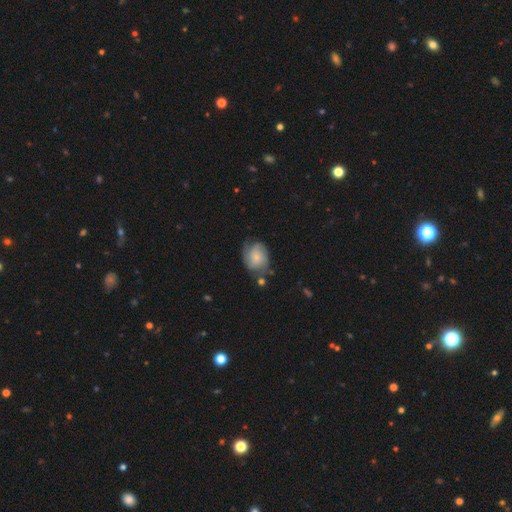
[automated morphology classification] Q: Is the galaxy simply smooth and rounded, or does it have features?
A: smooth — 49%.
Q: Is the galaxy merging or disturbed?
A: none — 56%.